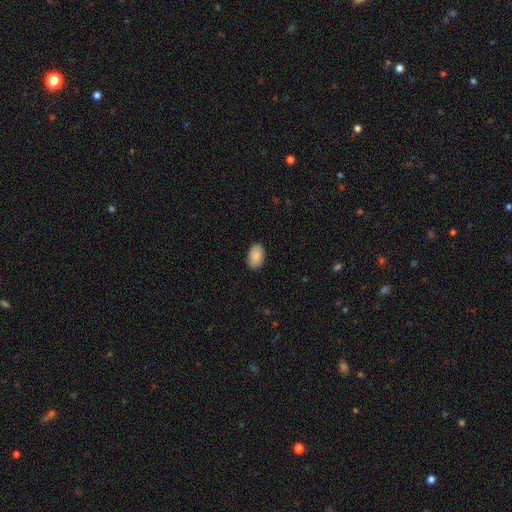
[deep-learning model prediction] Smooth or featured?
  - smooth: 89% *
  - star or artifact: 6%
  - featured or disk: 5%
How rounded?
  - in between: 93% *
  - round: 6%
  - cigar-shaped: 1%
Merging?
  - none: 87% *
  - minor disturbance: 10%
  - major disturbance: 2%
  - merger: 1%